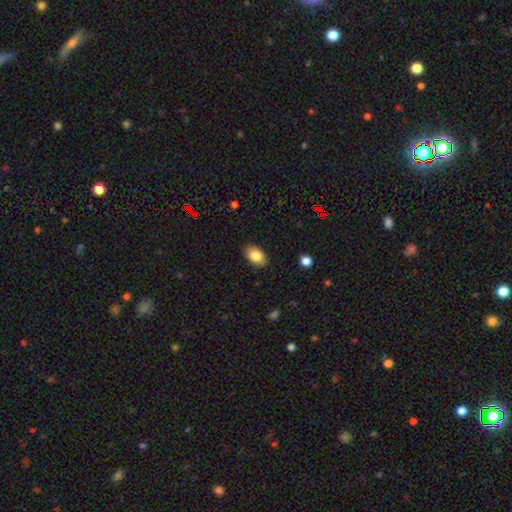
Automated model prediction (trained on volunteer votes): smooth-or-featured: smooth: 84% | featured or disk: 9% | star or artifact: 8%
  how-rounded: in between: 89% | round: 10% | cigar-shaped: 1%
  merging: none: 87% | minor disturbance: 10% | major disturbance: 2% | merger: 1%